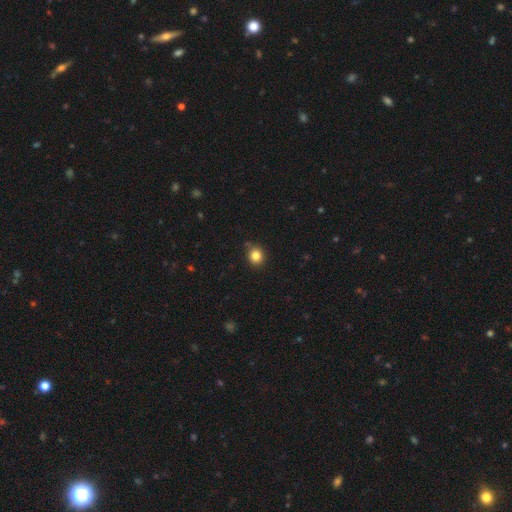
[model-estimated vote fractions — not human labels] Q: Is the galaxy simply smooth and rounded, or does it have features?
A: smooth — 83%.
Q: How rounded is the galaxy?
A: round — 83%.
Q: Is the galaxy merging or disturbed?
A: none — 86%.